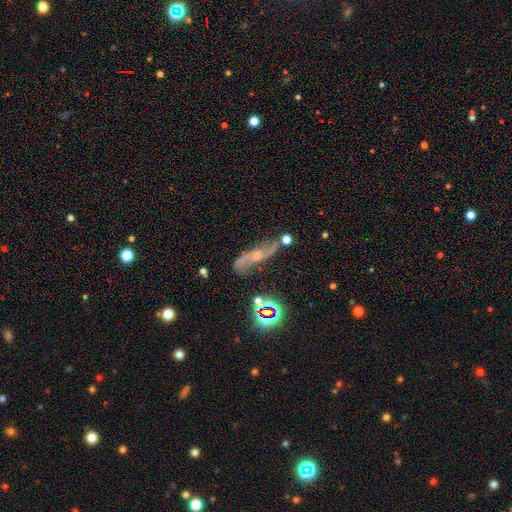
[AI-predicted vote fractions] A featured or disk galaxy (76%) with no bar (52%), 2 (91%) loose (66%) spiral arms (95%) and a small central bulge (45%).

Vote fractions:
- Smooth or featured? featured or disk: 76% / star or artifact: 13% / smooth: 11%
- Edge-on disk? no: 87% / yes: 13%
- Bar? no: 52% / weak: 37% / strong: 11%
- Spiral arms? yes: 95% / no: 5%
- Spiral winding? loose: 66% / medium: 26% / tight: 8%
- Spiral arm count? 2: 91% / can't tell: 4% / 1: 2% / 3: 1% / 4: 1% / more than 4: 1%
- Bulge size? small: 45% / moderate: 39% / none: 11% / large: 4% / dominant: 2%
- Merging? none: 69% / minor disturbance: 17% / major disturbance: 8% / merger: 7%